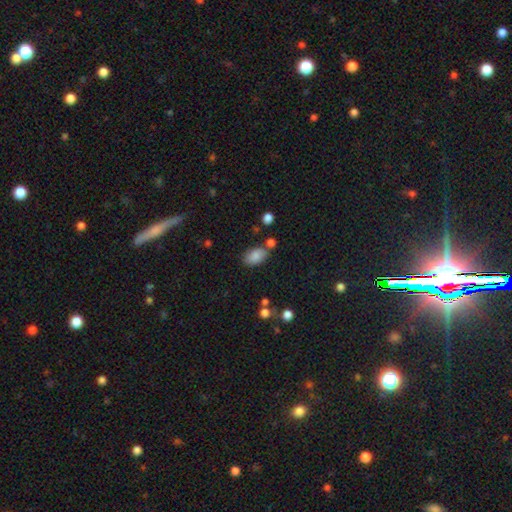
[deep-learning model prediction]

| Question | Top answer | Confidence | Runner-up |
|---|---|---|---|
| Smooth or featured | smooth | 84% | star or artifact (8%) |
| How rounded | in between | 91% | round (7%) |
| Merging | none | 70% | minor disturbance (16%) |